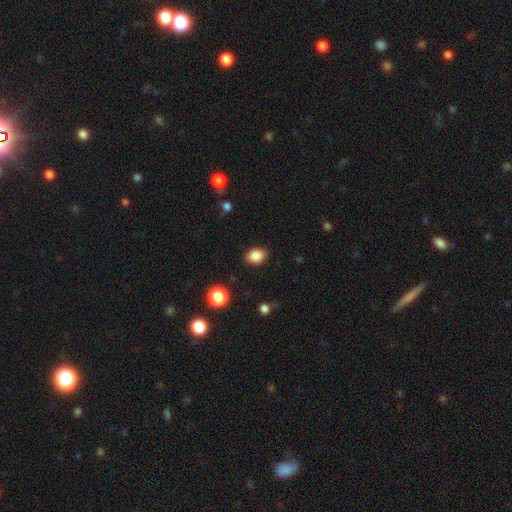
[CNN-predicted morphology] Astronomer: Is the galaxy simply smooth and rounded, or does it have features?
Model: smooth — 87%.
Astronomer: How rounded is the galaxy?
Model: in between — 65%.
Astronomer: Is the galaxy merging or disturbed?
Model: none — 86%.